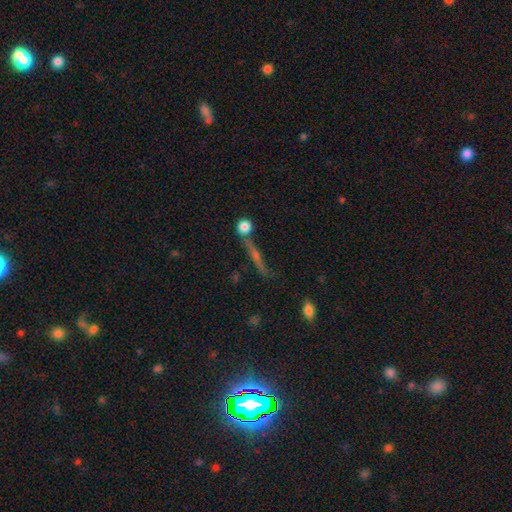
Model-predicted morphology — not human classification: Overall: featured or disk (56%; smooth 27%). Edge-on disk: yes (89%). Merging: none (65%).